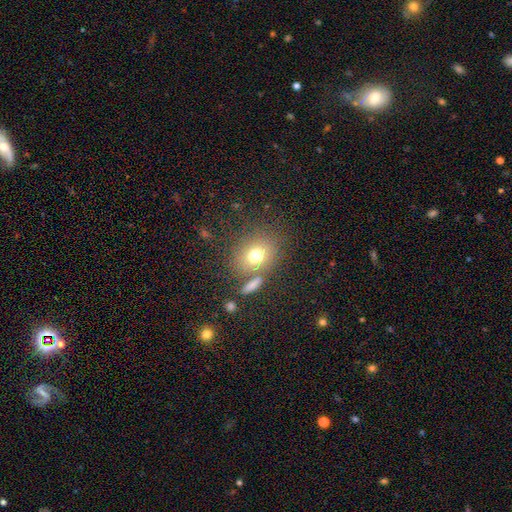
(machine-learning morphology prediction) This is likely a smooth galaxy (71%). How rounded: likely round (60%). Merging: likely none (67%).